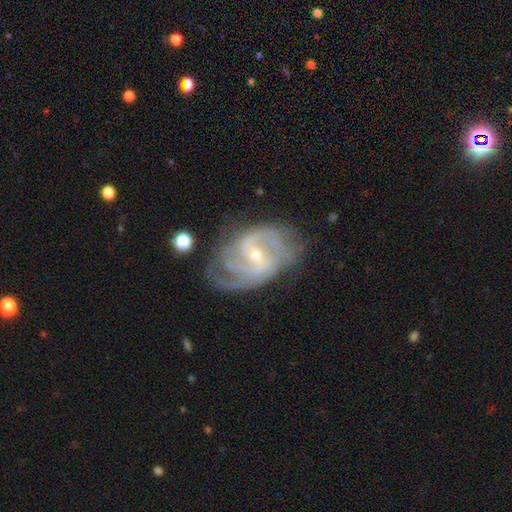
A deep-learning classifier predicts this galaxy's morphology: type=featured or disk (89%); edge-on=no (97%); bar=weak (50%); spiral arms=yes (97%); winding=medium (48%); arm count=2 (44%); bulge=small (69%); merging=none (66%).